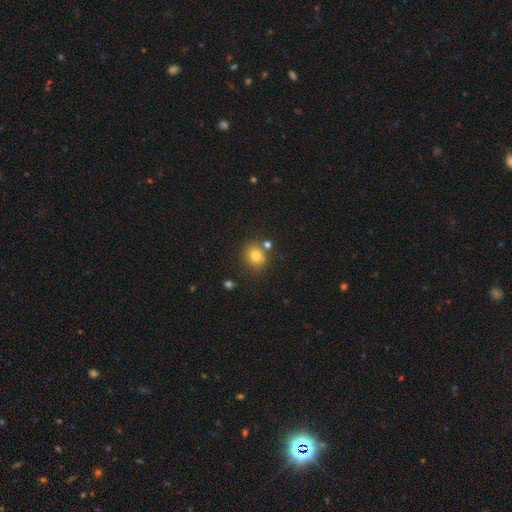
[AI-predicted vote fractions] smooth 76%, star or artifact 14%, featured or disk 10%. Down the decision tree: how rounded — round (80%); merging — none (74%).